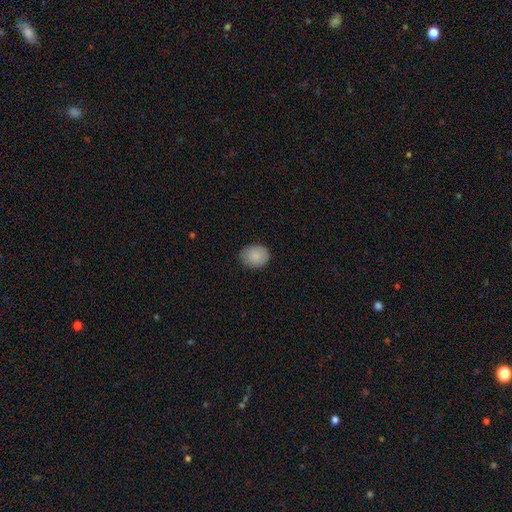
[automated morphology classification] smooth 87%, star or artifact 7%, featured or disk 5%. Down the decision tree: how rounded — round (58%); merging — none (82%).